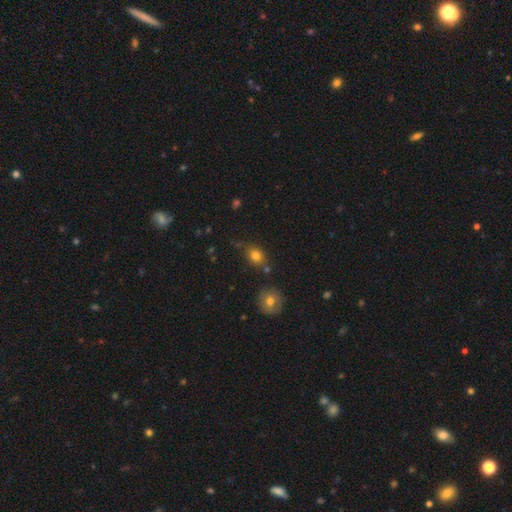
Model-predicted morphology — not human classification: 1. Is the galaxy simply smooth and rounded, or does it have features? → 79% smooth, 12% star or artifact, 9% featured or disk.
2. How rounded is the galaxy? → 55% in between, 44% round, 1% cigar-shaped.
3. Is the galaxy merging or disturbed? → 72% none, 15% minor disturbance, 10% merger, 4% major disturbance.